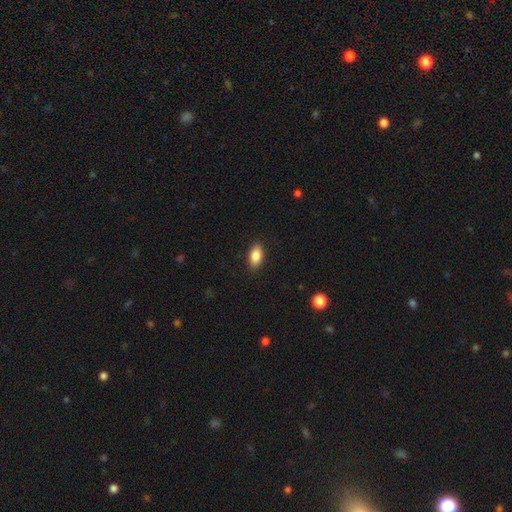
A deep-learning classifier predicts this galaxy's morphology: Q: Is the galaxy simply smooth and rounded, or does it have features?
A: smooth — 87%.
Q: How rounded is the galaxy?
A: in between — 92%.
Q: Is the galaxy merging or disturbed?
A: none — 89%.